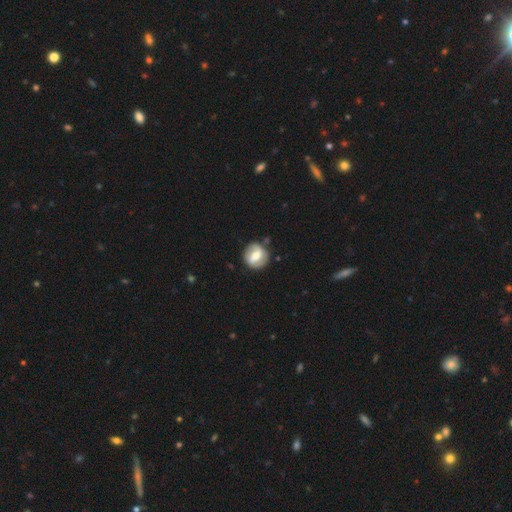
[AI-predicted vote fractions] The model was most divided on "bar": weak: 45%, strong: 37%, no: 18%. More confident: edge-on disk — no (96%); merging — none (81%); spiral arms — yes (72%); bulge size — moderate (62%); smooth or featured — featured or disk (58%).